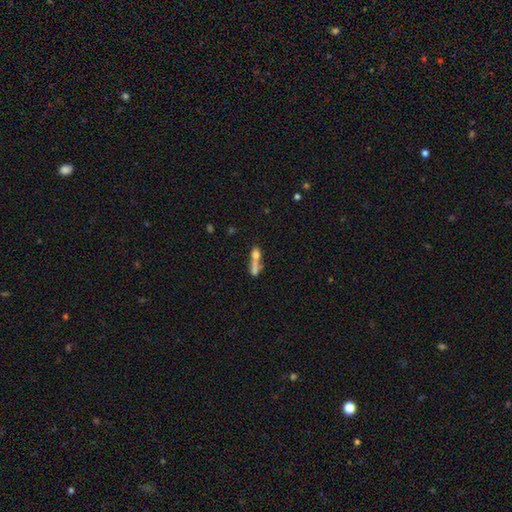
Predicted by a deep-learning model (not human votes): A smooth galaxy with no disk features (62%) that is in between round and cigar-shaped (43%, tied with cigar-shaped).

Vote fractions:
- Smooth or featured? smooth: 62% / featured or disk: 25% / star or artifact: 12%
- How rounded? in between: 43% (tied) / cigar-shaped: 43% (tied) / round: 15%
- Merging? merger: 54% / none: 26% / major disturbance: 11% / minor disturbance: 10%